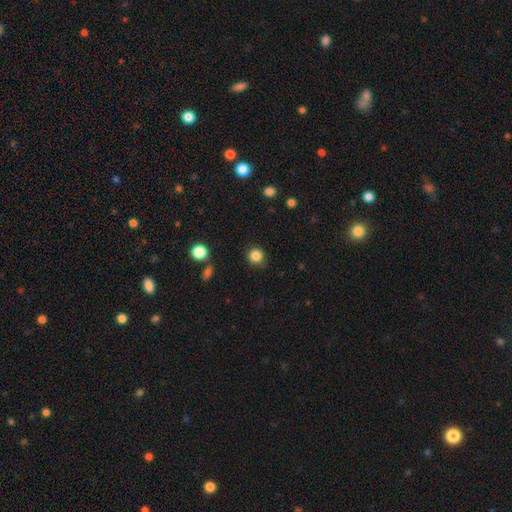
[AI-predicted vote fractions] Smooth or featured? smooth (85%)
How rounded? round (91%)
Merging? none (83%)